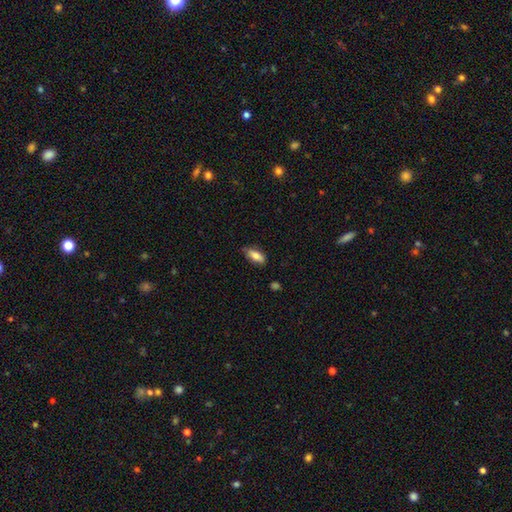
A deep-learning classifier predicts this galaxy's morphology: smooth_or_featured: smooth (p=0.77) [alt: featured or disk p=0.16]
how_rounded: in between (p=0.78) [alt: cigar-shaped p=0.19]
merging: none (p=0.77) [alt: minor disturbance p=0.19]